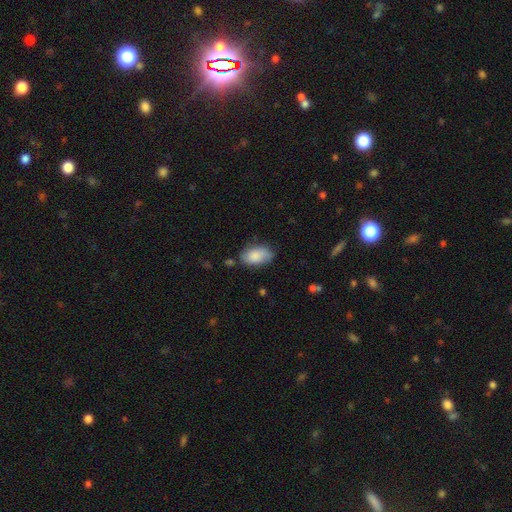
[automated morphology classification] This is clearly a smooth galaxy (84%). How rounded: clearly in between (93%). Merging: likely none (71%).